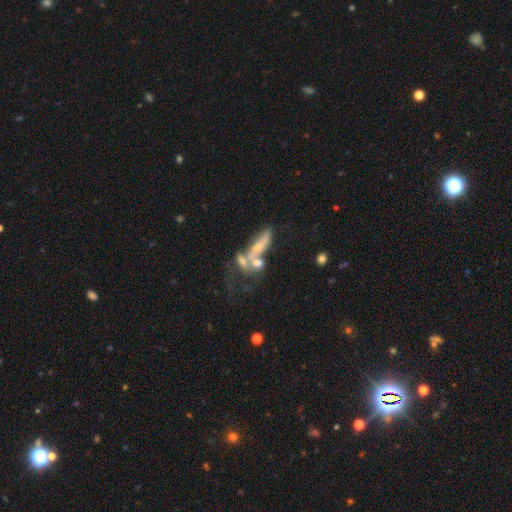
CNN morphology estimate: type=featured or disk (56%); edge-on=no (70%); merging=merger (50%).